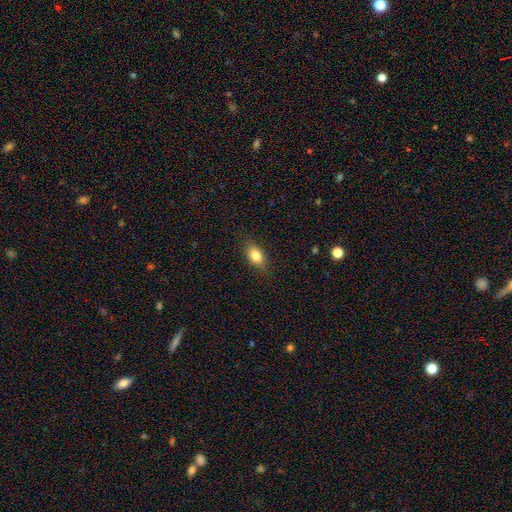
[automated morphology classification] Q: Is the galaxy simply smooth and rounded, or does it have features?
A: smooth — 81%.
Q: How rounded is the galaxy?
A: in between — 81%.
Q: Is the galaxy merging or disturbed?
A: none — 83%.